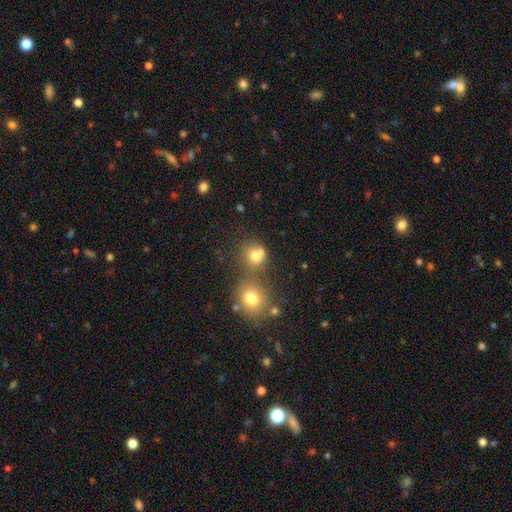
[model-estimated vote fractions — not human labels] This appears to be a smooth galaxy with no disk features (74%) that is round (83%). Merging: none (48%).